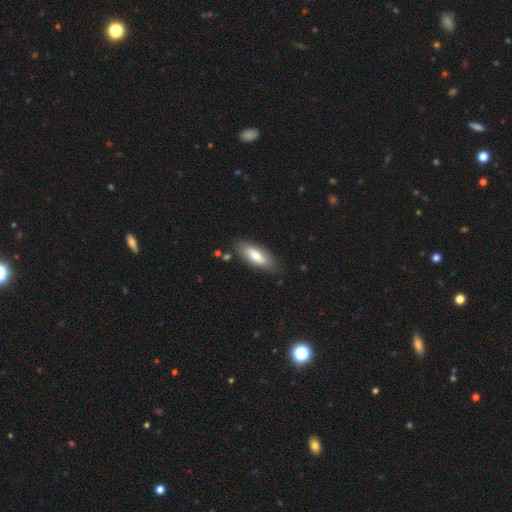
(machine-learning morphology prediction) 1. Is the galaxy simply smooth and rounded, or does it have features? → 75% smooth, 19% featured or disk, 6% star or artifact.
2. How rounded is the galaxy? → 73% in between, 25% cigar-shaped, 2% round.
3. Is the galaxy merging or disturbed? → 82% none, 13% minor disturbance, 3% major disturbance, 2% merger.